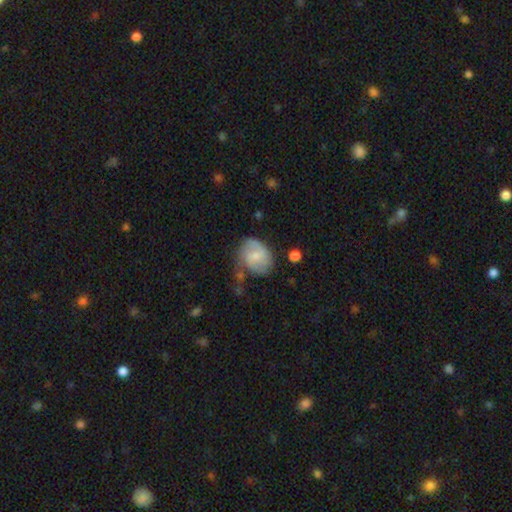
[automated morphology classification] type=smooth (47%); merging=none (50%).